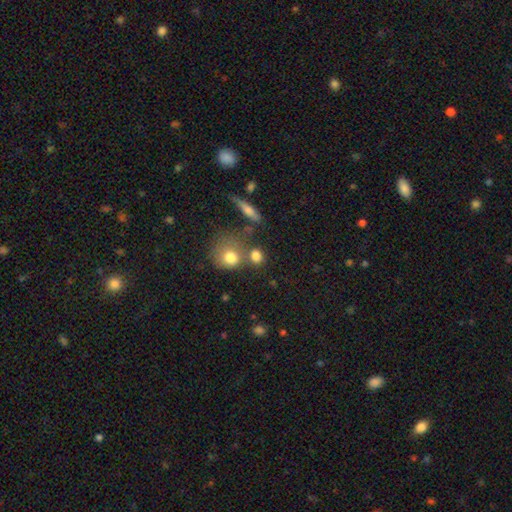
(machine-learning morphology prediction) Smooth or featured? smooth (79%)
How rounded? round (67%)
Merging? none (56%)